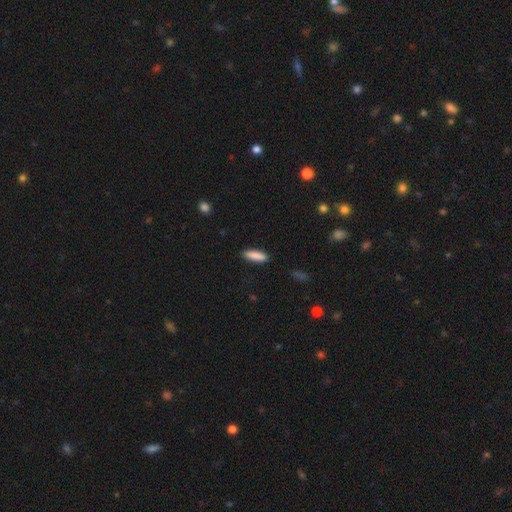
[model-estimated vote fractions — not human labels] Smooth or featured? smooth (88%)
How rounded? cigar-shaped (57%)
Merging? none (88%)